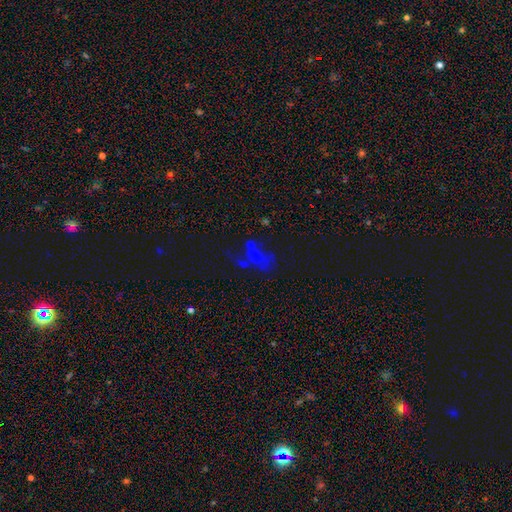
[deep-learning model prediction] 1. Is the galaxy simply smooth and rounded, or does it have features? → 37% smooth, 36% featured or disk, 27% star or artifact.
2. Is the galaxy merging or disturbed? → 30% major disturbance, 28% merger, 28% none, 14% minor disturbance.